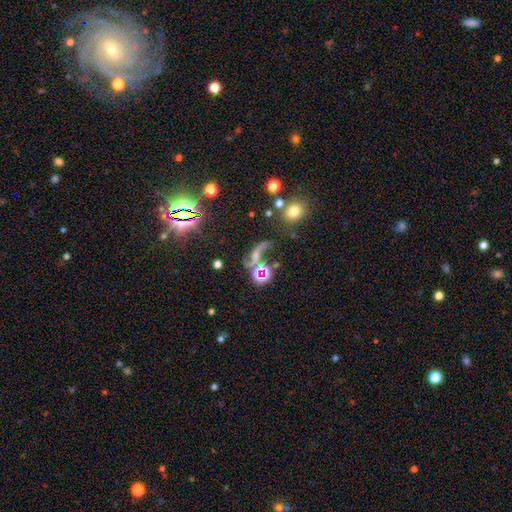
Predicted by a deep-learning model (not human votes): Overall: featured or disk (40%; star or artifact 39%). Merging: none (36%; merger 26%).